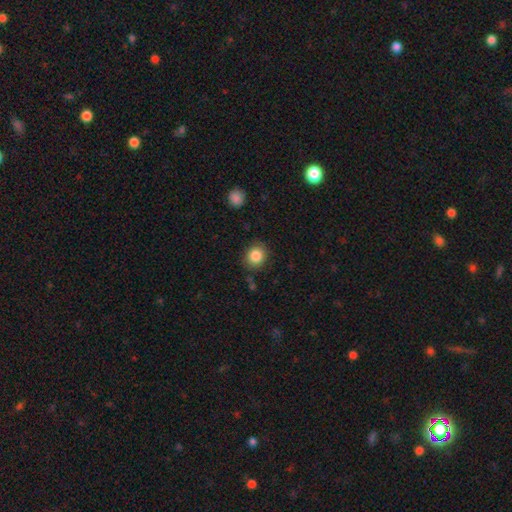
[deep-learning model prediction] Smooth or featured? Predicted: smooth (p=0.86). How rounded? Predicted: round (p=0.75). Merging? Predicted: none (p=0.84).